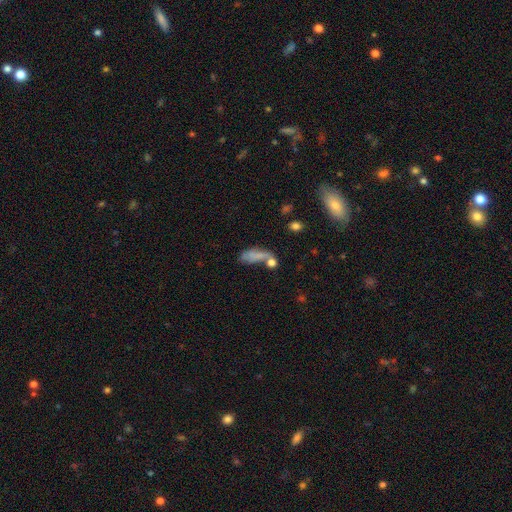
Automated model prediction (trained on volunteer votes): Q: Smooth or featured?
A: smooth (65%); runner-up: featured or disk (22%)
Q: How rounded?
A: in between (68%); runner-up: cigar-shaped (25%)
Q: Merging?
A: none (30%); runner-up: merger (26%)